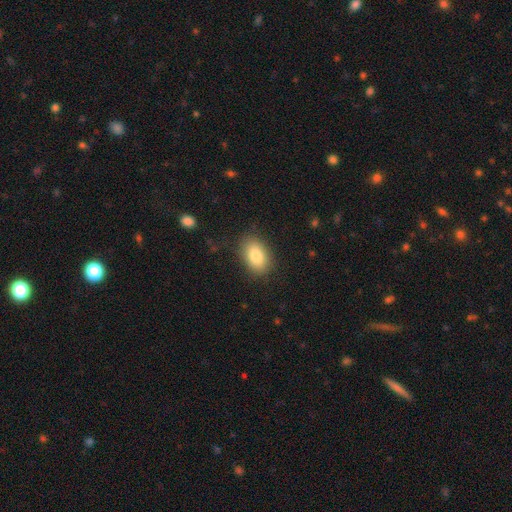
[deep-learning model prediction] Morphology: type=smooth (83%); roundness=in between (87%); merging=none (84%).